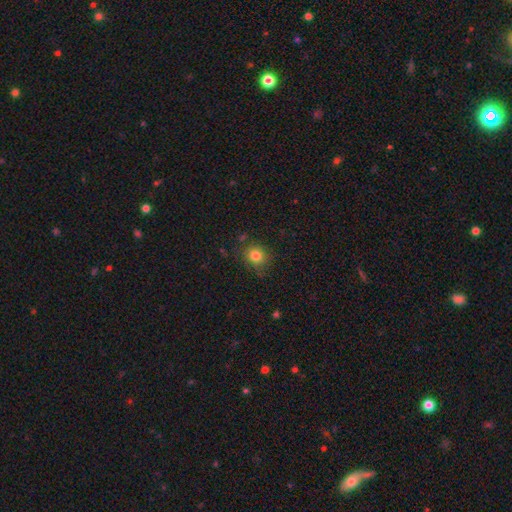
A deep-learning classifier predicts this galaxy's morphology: Smooth or featured? smooth (81%)
How rounded? round (80%)
Merging? none (78%)